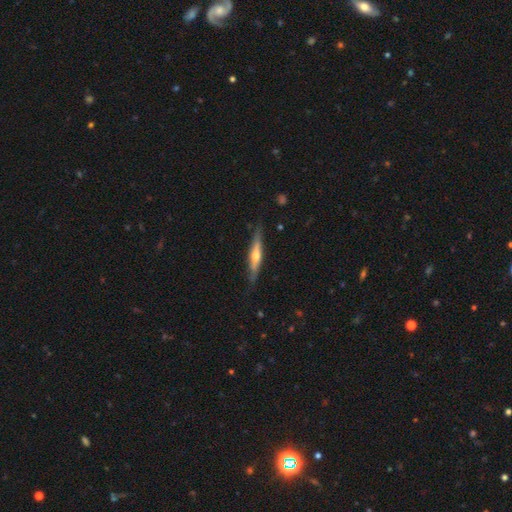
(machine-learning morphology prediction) The model was most divided on "smooth or featured": featured or disk: 62%, smooth: 33%, star or artifact: 6%. More confident: edge-on disk — yes (93%); edge-on bulge — rounded (86%); merging — none (81%).